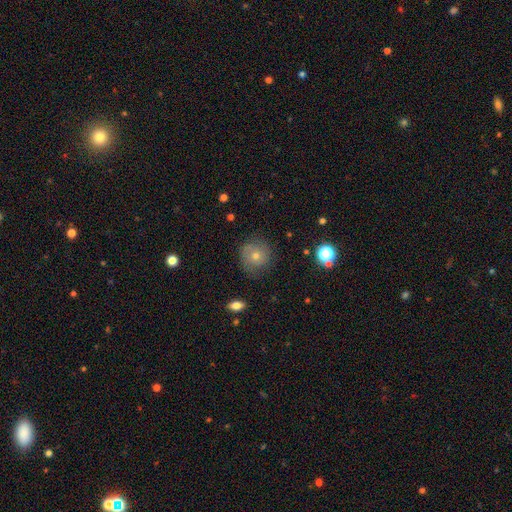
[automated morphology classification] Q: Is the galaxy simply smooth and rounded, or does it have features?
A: smooth — 47%.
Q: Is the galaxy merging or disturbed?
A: none — 81%.